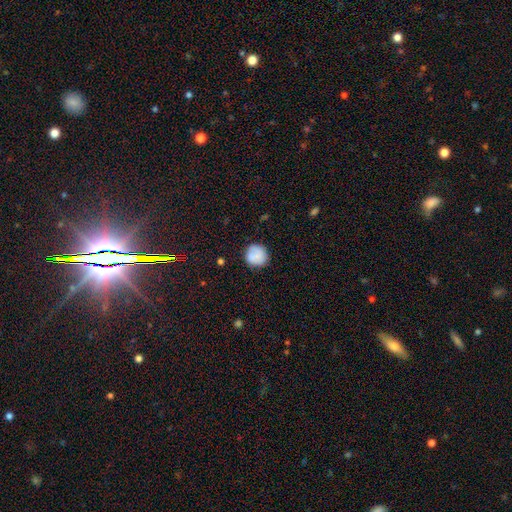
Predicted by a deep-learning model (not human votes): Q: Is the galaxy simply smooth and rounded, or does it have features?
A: smooth — 82%.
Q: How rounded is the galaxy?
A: round — 91%.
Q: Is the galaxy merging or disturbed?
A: none — 81%.